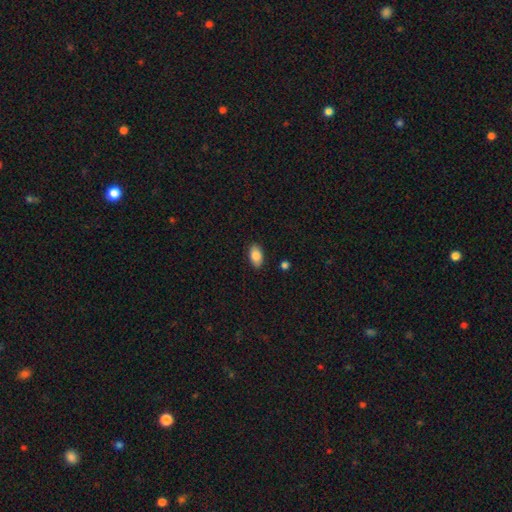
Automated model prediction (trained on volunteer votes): Smooth or featured?
  - smooth: 86% *
  - star or artifact: 7%
  - featured or disk: 6%
How rounded?
  - in between: 93% *
  - round: 5%
  - cigar-shaped: 2%
Merging?
  - none: 88% *
  - minor disturbance: 9%
  - major disturbance: 2%
  - merger: 1%